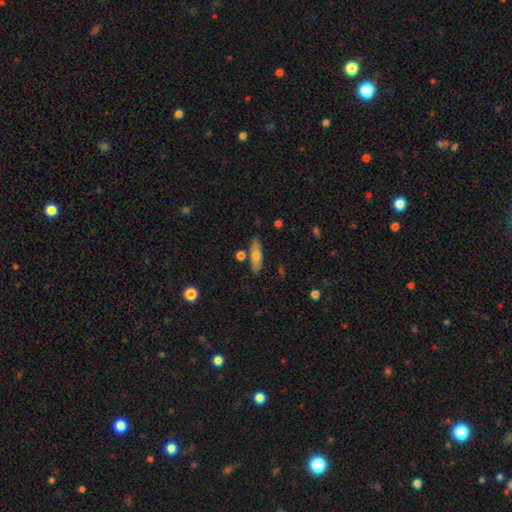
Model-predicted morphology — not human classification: This is likely a smooth galaxy (67%). How rounded: likely cigar-shaped (60%). Merging: likely none (80%).